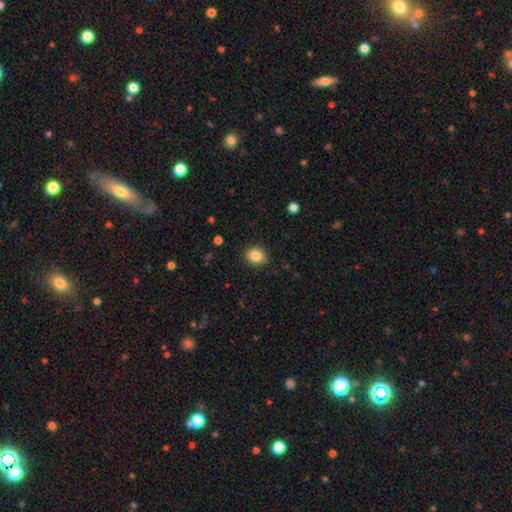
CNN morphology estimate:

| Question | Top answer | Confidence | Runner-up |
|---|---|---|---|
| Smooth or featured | smooth | 85% | star or artifact (10%) |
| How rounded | round | 74% | in between (25%) |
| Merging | none | 88% | minor disturbance (9%) |